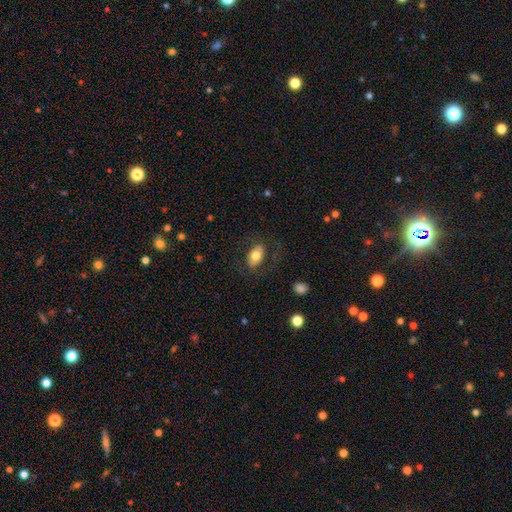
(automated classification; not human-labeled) A smooth galaxy with no disk features (70%) that is in between round and cigar-shaped (89%).

Vote fractions:
- Smooth or featured? smooth: 70% / featured or disk: 24% / star or artifact: 7%
- How rounded? in between: 89% / round: 9% / cigar-shaped: 2%
- Merging? none: 76% / minor disturbance: 14% / major disturbance: 9% / merger: 1%